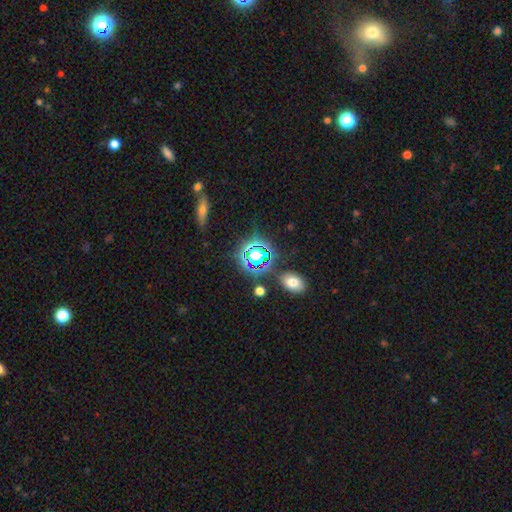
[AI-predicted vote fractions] This appears to be a star or artifact, not a galaxy (64%).